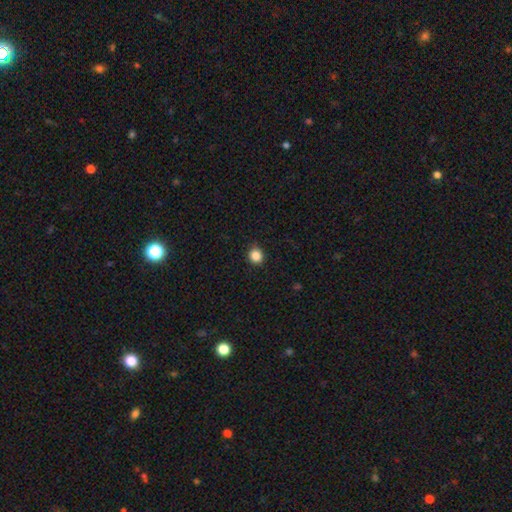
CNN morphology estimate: type=smooth (86%); roundness=round (86%); merging=none (89%).